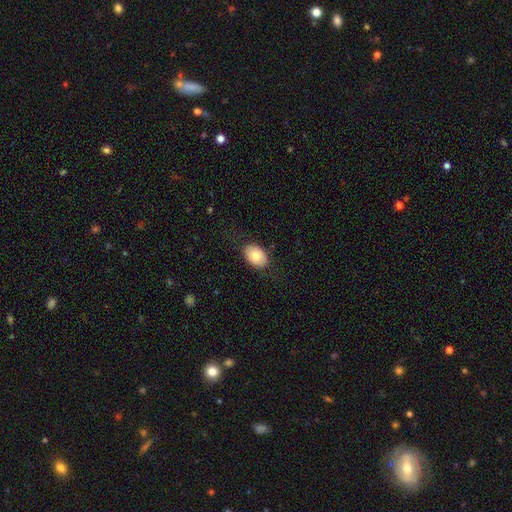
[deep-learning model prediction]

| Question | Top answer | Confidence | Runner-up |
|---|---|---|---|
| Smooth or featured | smooth | 77% | featured or disk (16%) |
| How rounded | in between | 83% | round (16%) |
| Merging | none | 83% | minor disturbance (12%) |